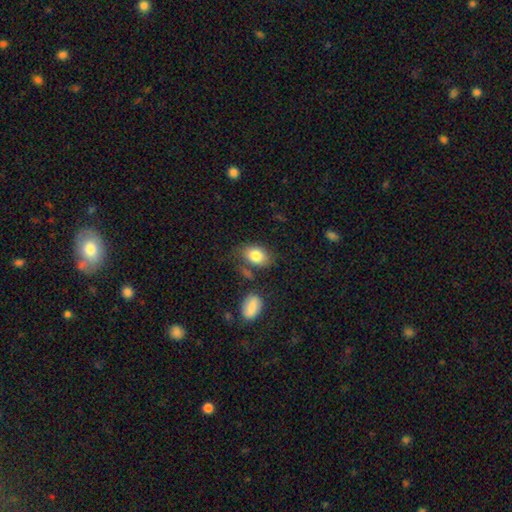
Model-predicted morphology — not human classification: smooth-or-featured: smooth: 82% | featured or disk: 10% | star or artifact: 8%
  how-rounded: in between: 81% | round: 17% | cigar-shaped: 1%
  merging: none: 67% | minor disturbance: 18% | merger: 9% | major disturbance: 6%